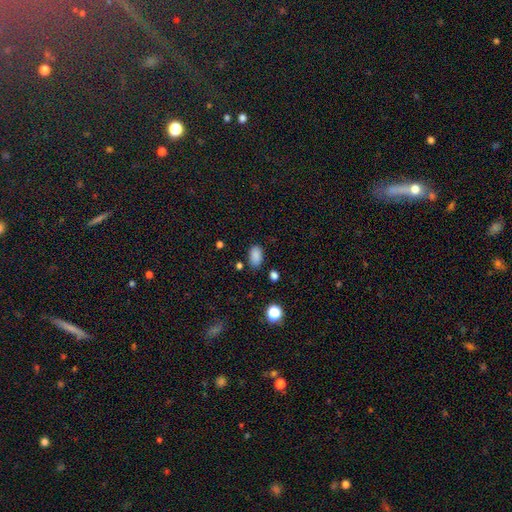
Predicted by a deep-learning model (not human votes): smooth-or-featured: smooth: 85% | star or artifact: 12% | featured or disk: 4%
  how-rounded: in between: 89% | round: 9% | cigar-shaped: 2%
  merging: none: 80% | minor disturbance: 13% | major disturbance: 3% | merger: 3%